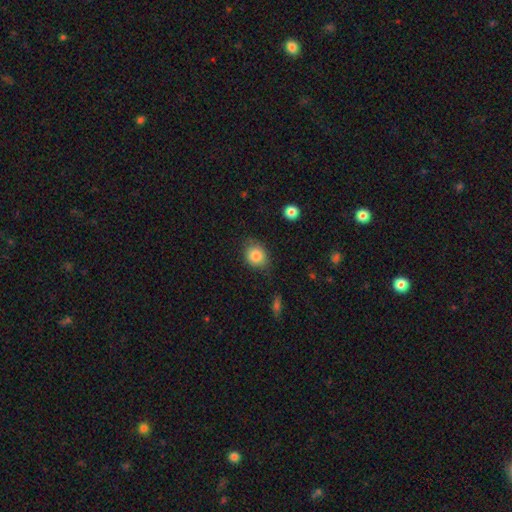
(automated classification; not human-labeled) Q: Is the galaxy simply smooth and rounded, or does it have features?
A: smooth — 84%.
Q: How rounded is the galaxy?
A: round — 64%.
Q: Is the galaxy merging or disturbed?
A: none — 70%.